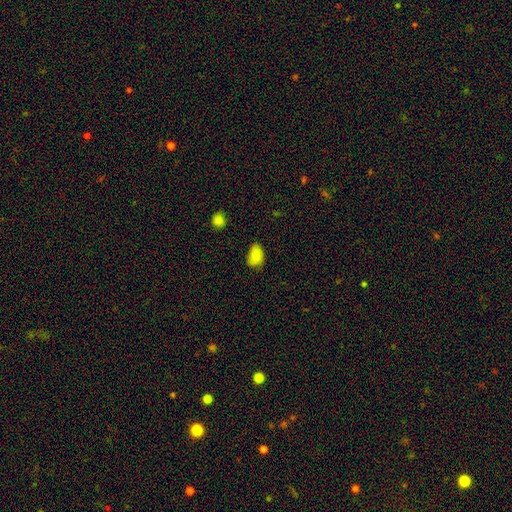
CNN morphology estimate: smooth-or-featured: smooth: 85% | star or artifact: 9% | featured or disk: 6%
  how-rounded: in between: 85% | round: 14% | cigar-shaped: 1%
  merging: none: 62% | minor disturbance: 30% | major disturbance: 6% | merger: 2%